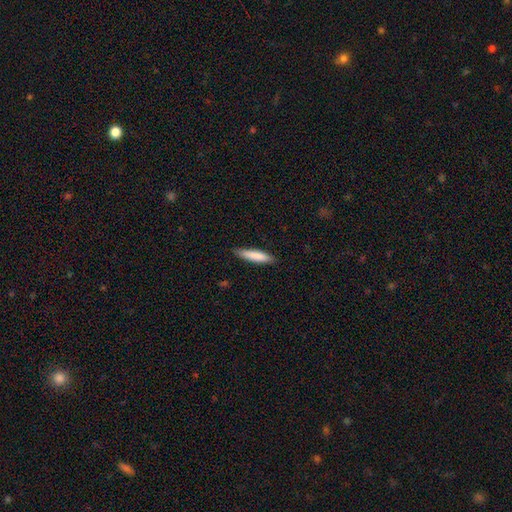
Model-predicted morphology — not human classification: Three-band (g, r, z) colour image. It shows a smooth galaxy with no disk features (83%) that is cigar-shaped (81%). Merging: none (86%).